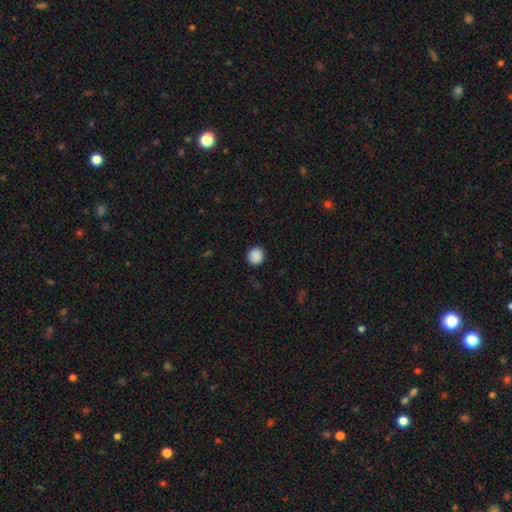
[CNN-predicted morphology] smooth 89%, star or artifact 8%, featured or disk 3%. Down the decision tree: how rounded — round (87%); merging — none (89%).